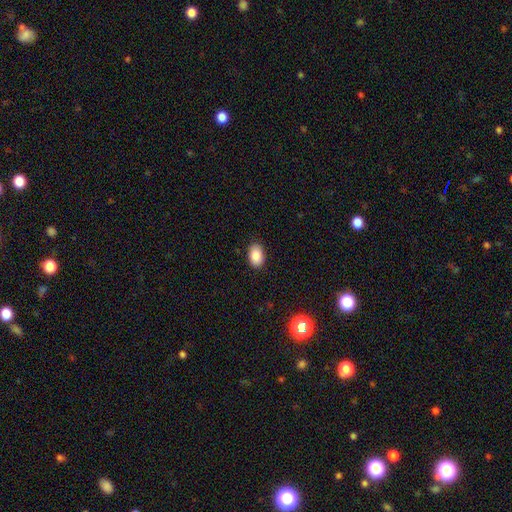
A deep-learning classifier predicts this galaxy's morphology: smooth-or-featured: smooth: 87% | star or artifact: 8% | featured or disk: 6%
  how-rounded: in between: 88% | round: 11% | cigar-shaped: 1%
  merging: none: 88% | minor disturbance: 9% | major disturbance: 2% | merger: 1%